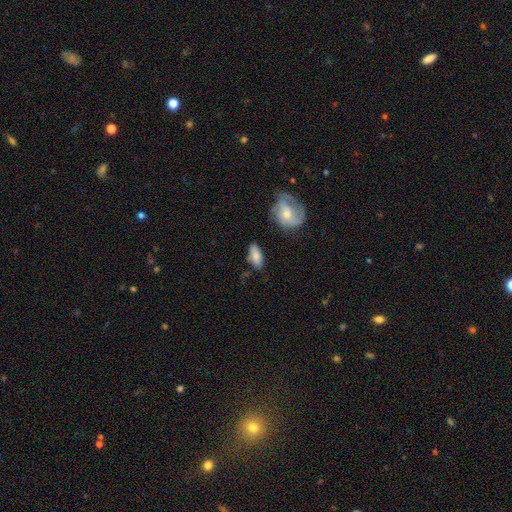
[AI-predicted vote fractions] A smooth galaxy with no disk features (80%) that is in between round and cigar-shaped (86%).

Vote fractions:
- Smooth or featured? smooth: 80% / featured or disk: 14% / star or artifact: 7%
- How rounded? in between: 86% / cigar-shaped: 11% / round: 4%
- Merging? none: 70% / minor disturbance: 20% / major disturbance: 5% / merger: 5%